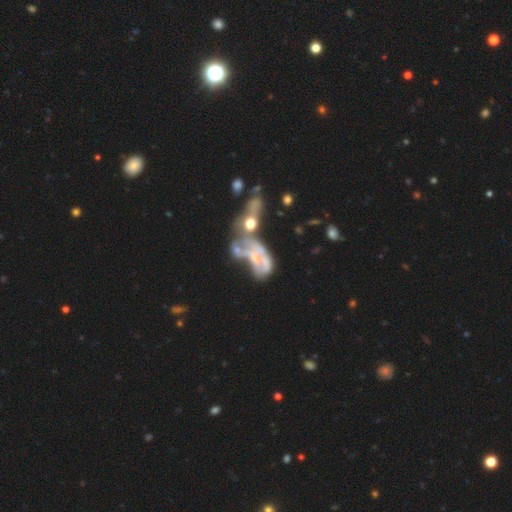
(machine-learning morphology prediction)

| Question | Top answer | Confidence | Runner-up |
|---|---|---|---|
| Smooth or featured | featured or disk | 62% | smooth (23%) |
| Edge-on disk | no | 95% | yes (5%) |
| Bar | no | 87% | weak (9%) |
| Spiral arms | no | 84% | yes (16%) |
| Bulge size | none | 52% | moderate (22%) |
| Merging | merger | 56% | major disturbance (26%) |